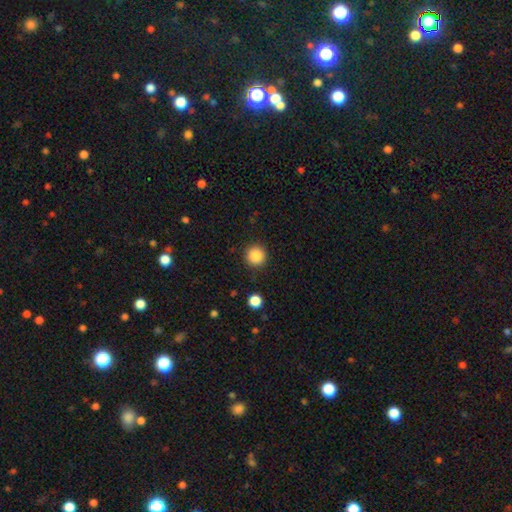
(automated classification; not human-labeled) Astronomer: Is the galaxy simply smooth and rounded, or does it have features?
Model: smooth — 87%.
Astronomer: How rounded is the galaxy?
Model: round — 95%.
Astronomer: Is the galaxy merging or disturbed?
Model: none — 91%.